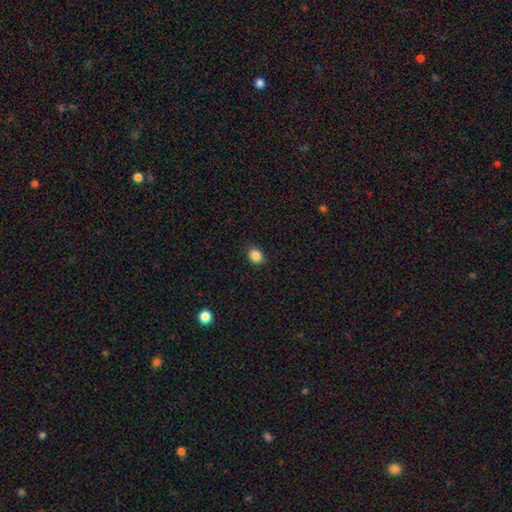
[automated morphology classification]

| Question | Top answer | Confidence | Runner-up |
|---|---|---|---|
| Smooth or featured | smooth | 87% | star or artifact (10%) |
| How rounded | round | 50% | in between (49%) |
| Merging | none | 89% | minor disturbance (8%) |